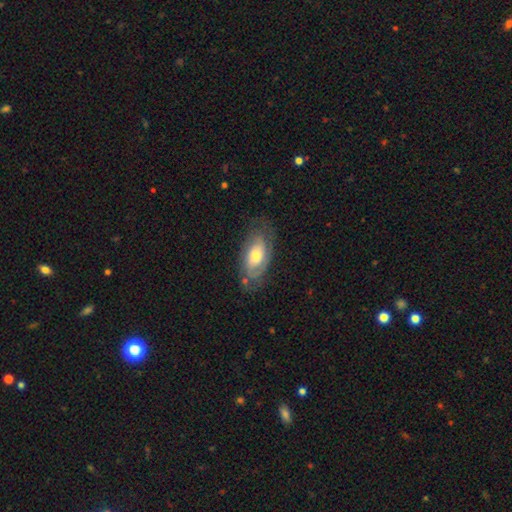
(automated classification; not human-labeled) smooth-or-featured: featured or disk: 62% | smooth: 31% | star or artifact: 6%
  disk-edge-on: no: 90% | yes: 10%
    bar: no: 70% | weak: 24% | strong: 6%
    has-spiral-arms: yes: 78% | no: 22%
    bulge-size: moderate: 63% | large: 18% | small: 16% | none: 2% | dominant: 2%
  merging: none: 69% | minor disturbance: 21% | major disturbance: 8% | merger: 2%